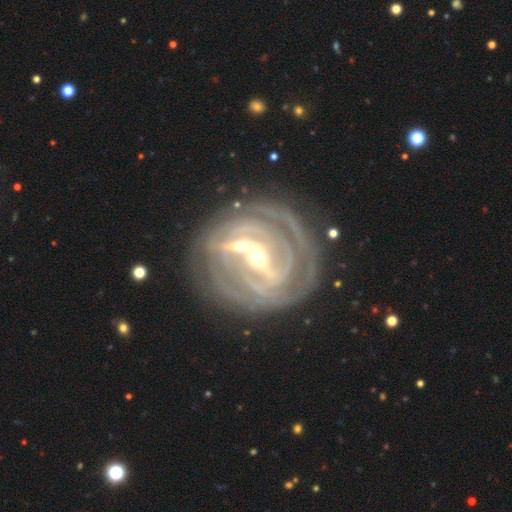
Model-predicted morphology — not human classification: Smooth or featured?
  - featured or disk: 88% *
  - smooth: 6%
  - star or artifact: 6%
Edge-on disk?
  - no: 94% *
  - yes: 6%
Bar?
  - strong: 67% *
  - weak: 21%
  - no: 11%
Spiral arms?
  - yes: 91% *
  - no: 9%
Spiral winding?
  - tight: 74% *
  - medium: 21%
  - loose: 5%
Spiral arm count?
  - can't tell: 27% *
  - 2: 25%
  - 3: 23%
  - 4: 12%
  - more than 4: 7%
  - 1: 6%
Bulge size?
  - small: 60% *
  - moderate: 34%
  - large: 3%
  - none: 1%
  - dominant: 1%
Merging?
  - none: 61% *
  - merger: 17%
  - minor disturbance: 14%
  - major disturbance: 7%